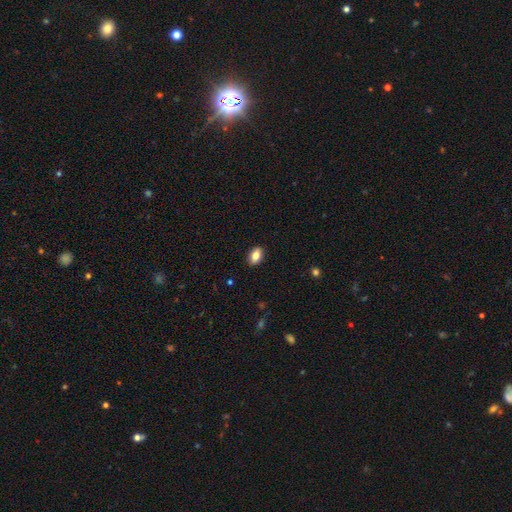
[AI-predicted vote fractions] A smooth galaxy with no disk features (82%) that is in between round and cigar-shaped (88%).

Vote fractions:
- Smooth or featured? smooth: 82% / featured or disk: 10% / star or artifact: 8%
- How rounded? in between: 88% / round: 10% / cigar-shaped: 2%
- Merging? none: 89% / minor disturbance: 8% / major disturbance: 2% / merger: 1%